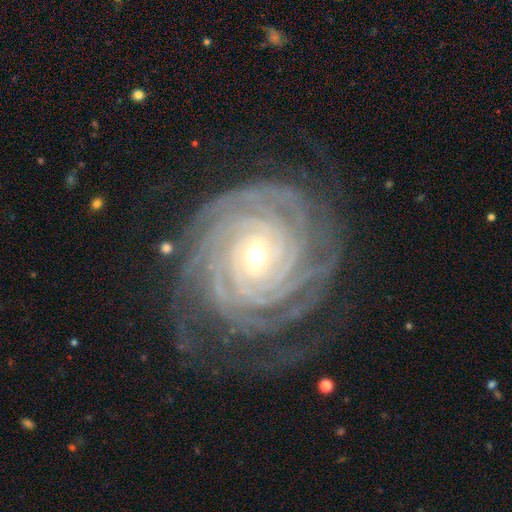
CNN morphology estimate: smooth-or-featured: featured or disk: 92% | star or artifact: 5% | smooth: 3%
  disk-edge-on: no: 97% | yes: 3%
    bar: weak: 44% | strong: 30% | no: 26%
    has-spiral-arms: yes: 99% | no: 1%
      spiral-winding: tight: 89% | medium: 9% | loose: 2%
      spiral-arm-count: more than 4: 27% | 4: 26% | can't tell: 17% | 3: 13% | 2: 10% | 1: 8%
    bulge-size: small: 53% | moderate: 44% | large: 2% | none: 1% | dominant: 1%
  merging: none: 77% | minor disturbance: 15% | major disturbance: 7% | merger: 1%